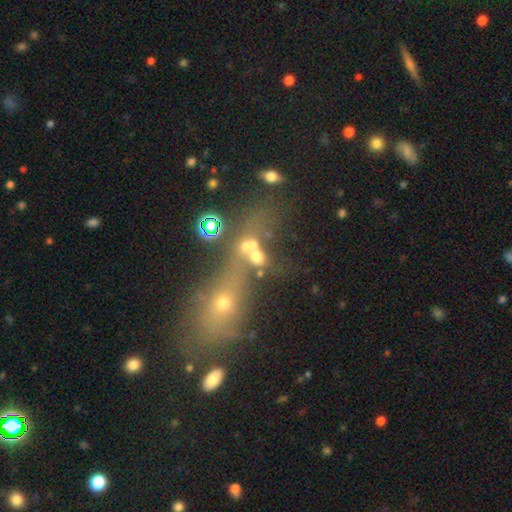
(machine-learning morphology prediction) type=smooth (52%); roundness=in between (48%); merging=merger (54%).